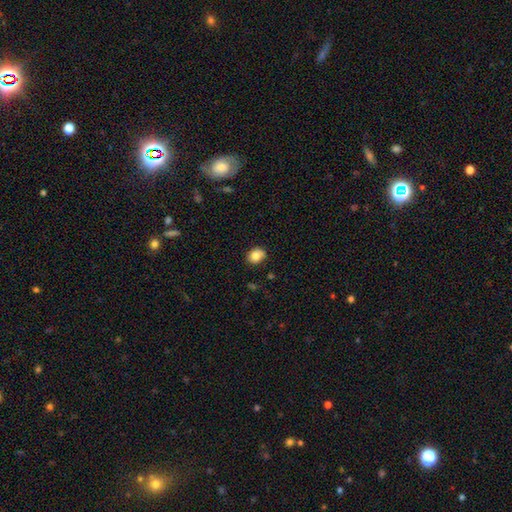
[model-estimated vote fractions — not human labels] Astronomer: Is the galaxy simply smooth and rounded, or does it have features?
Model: smooth — 83%.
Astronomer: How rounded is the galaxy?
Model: in between — 51% (runner-up: round, 48%).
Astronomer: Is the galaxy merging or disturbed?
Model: none — 79%.